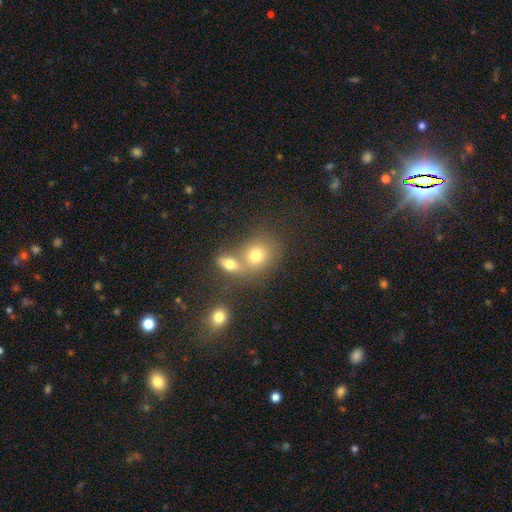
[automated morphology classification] Smooth or featured: smooth — 74% (star or artifact — 14%)
How rounded: round — 66% (in between — 33%)
Merging: merger — 45% (none — 42%)